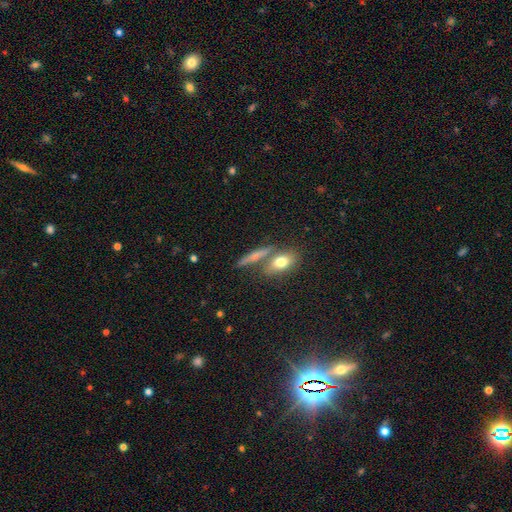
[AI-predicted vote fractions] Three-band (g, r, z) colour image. It shows a smooth galaxy with no disk features (57%) that is cigar-shaped (59%). Merging: none (63%).